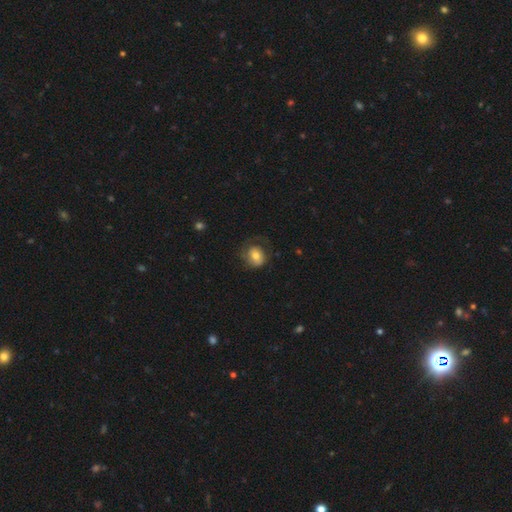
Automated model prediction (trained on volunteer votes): Smooth or featured? Predicted: smooth (p=0.65). How rounded? Predicted: round (p=0.59). Merging? Predicted: none (p=0.53).